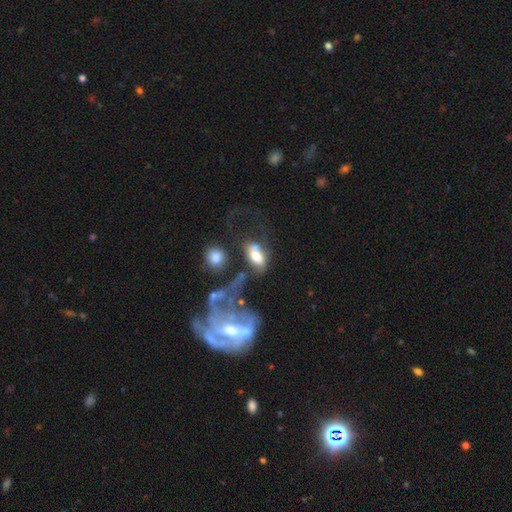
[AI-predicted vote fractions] smooth-or-featured: smooth: 63% | featured or disk: 28% | star or artifact: 8%
  how-rounded: in between: 89% | round: 7% | cigar-shaped: 3%
  merging: merger: 30% | none: 28% | major disturbance: 26% | minor disturbance: 17%